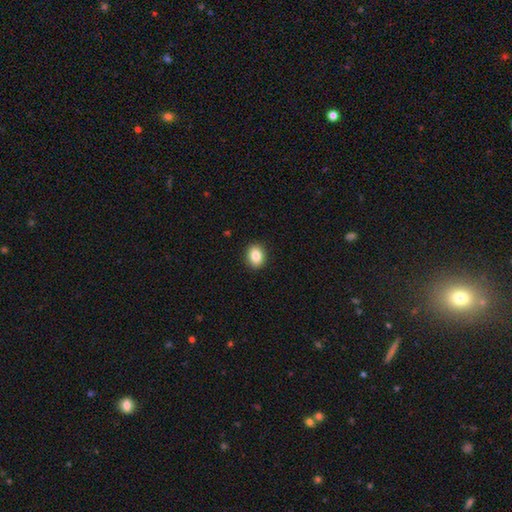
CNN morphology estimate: smooth 85%, star or artifact 9%, featured or disk 6%. Down the decision tree: how rounded — in between (52%); merging — none (90%).